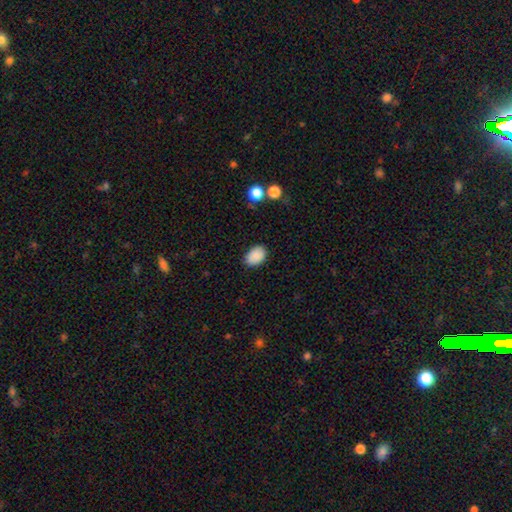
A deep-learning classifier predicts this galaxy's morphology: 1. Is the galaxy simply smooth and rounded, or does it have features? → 89% smooth, 8% star or artifact, 4% featured or disk.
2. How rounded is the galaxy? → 85% in between, 14% round, 1% cigar-shaped.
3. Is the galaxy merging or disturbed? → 81% none, 15% minor disturbance, 3% major disturbance, 2% merger.